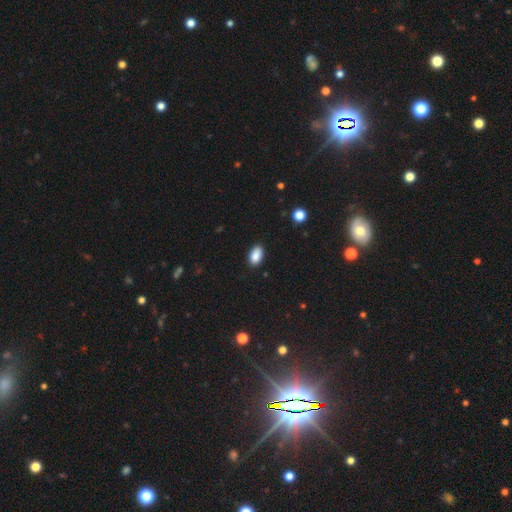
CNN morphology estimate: The model was most divided on "merging": none: 87%, minor disturbance: 10%, major disturbance: 2%, merger: 1%. More confident: how rounded — in between (92%); smooth or featured — smooth (88%).